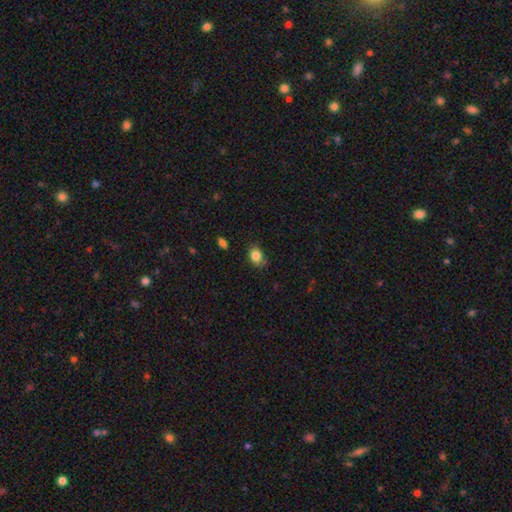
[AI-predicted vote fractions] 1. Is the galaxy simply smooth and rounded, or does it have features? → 83% smooth, 10% star or artifact, 7% featured or disk.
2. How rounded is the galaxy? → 64% in between, 35% round, 1% cigar-shaped.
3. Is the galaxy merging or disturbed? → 67% none, 26% minor disturbance, 5% major disturbance, 2% merger.